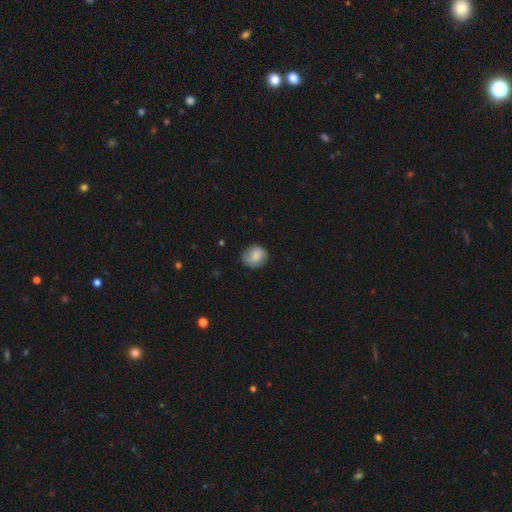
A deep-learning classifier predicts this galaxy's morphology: Q: Smooth or featured?
A: smooth (80%); runner-up: featured or disk (12%)
Q: How rounded?
A: round (78%); runner-up: in between (21%)
Q: Merging?
A: none (75%); runner-up: minor disturbance (19%)